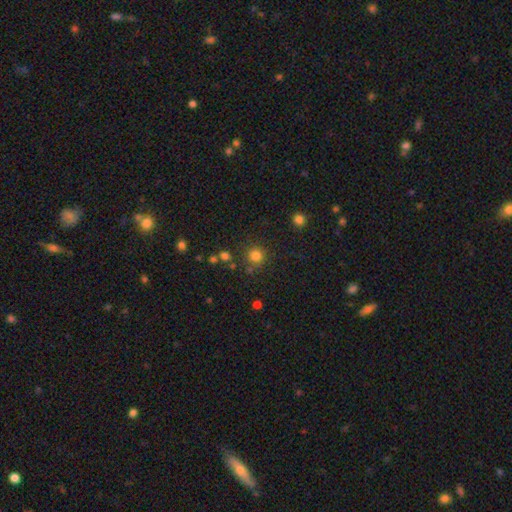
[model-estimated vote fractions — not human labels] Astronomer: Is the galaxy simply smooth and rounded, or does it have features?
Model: smooth — 81%.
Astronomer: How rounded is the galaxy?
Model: round — 94%.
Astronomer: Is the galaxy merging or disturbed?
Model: none — 83%.